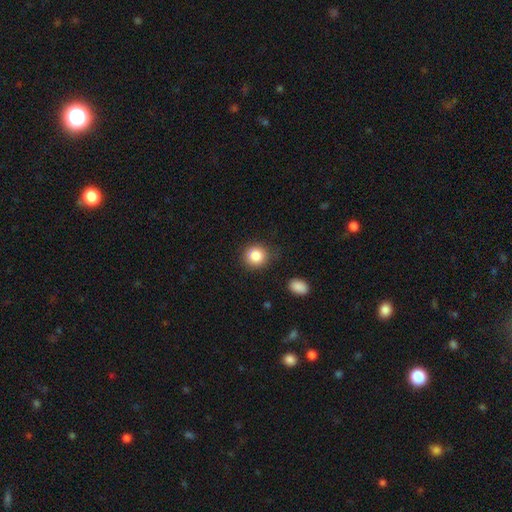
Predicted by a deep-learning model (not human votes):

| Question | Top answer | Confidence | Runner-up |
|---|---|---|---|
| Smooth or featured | smooth | 85% | star or artifact (10%) |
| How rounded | round | 89% | in between (10%) |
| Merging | none | 84% | minor disturbance (11%) |